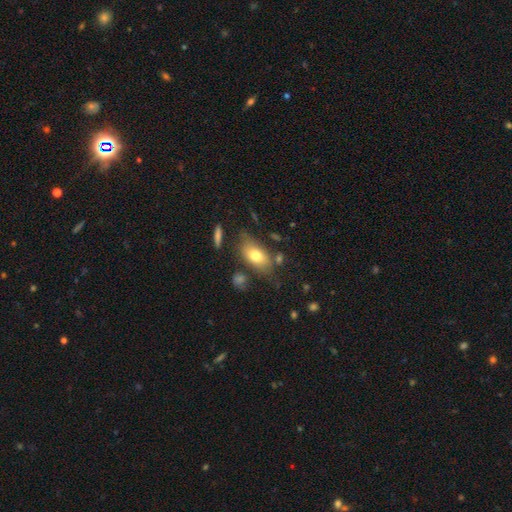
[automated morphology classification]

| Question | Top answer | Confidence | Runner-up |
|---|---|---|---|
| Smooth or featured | smooth | 74% | featured or disk (18%) |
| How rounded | in between | 87% | round (8%) |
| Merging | none | 68% | minor disturbance (19%) |